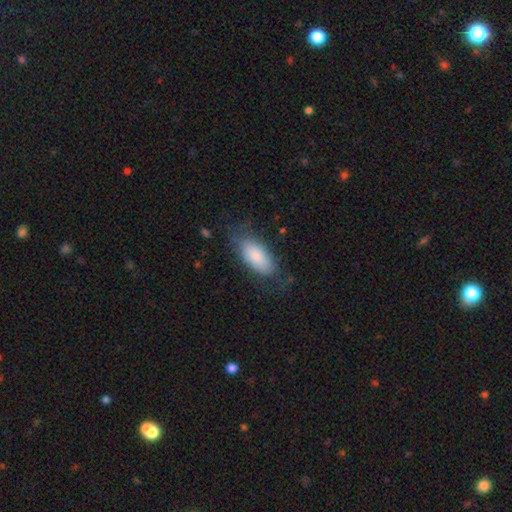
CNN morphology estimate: type=smooth (80%); roundness=in between (90%); merging=none (68%).